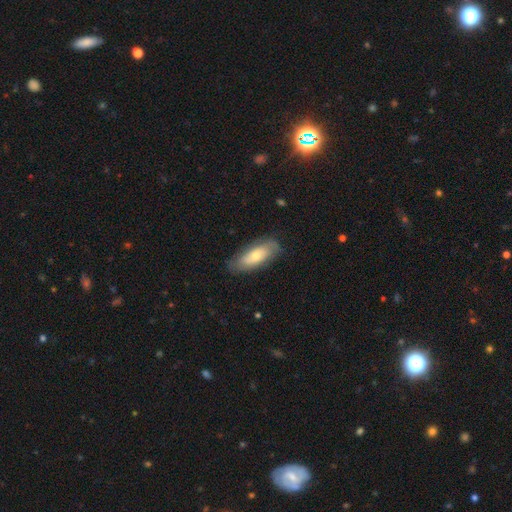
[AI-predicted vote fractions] The model was most divided on "smooth or featured": smooth: 59%, featured or disk: 35%, star or artifact: 6%. More confident: merging — none (76%); how rounded — in between (76%).